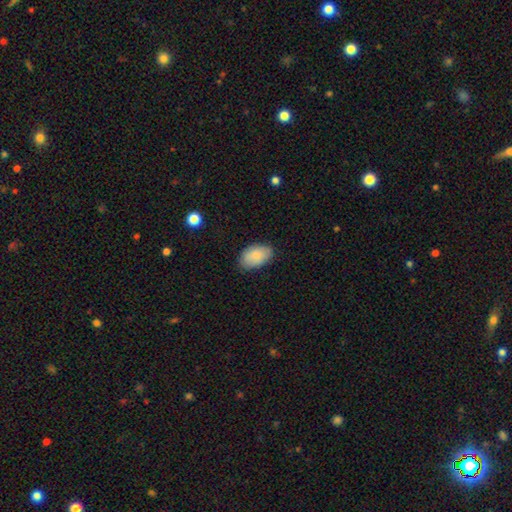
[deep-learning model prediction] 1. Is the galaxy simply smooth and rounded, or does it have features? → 87% smooth, 7% featured or disk, 6% star or artifact.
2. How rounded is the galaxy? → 93% in between, 5% round, 1% cigar-shaped.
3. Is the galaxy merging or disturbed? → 80% none, 16% minor disturbance, 3% major disturbance, 1% merger.